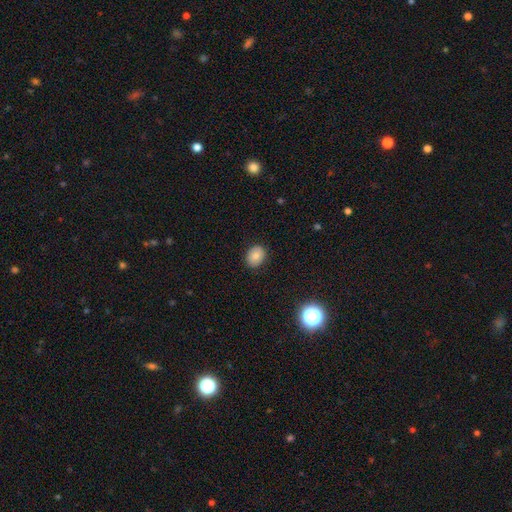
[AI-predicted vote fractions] Smooth or featured?
  - smooth: 81% *
  - star or artifact: 10%
  - featured or disk: 9%
How rounded?
  - in between: 54% *
  - round: 45%
  - cigar-shaped: 1%
Merging?
  - none: 87% *
  - minor disturbance: 9%
  - major disturbance: 2%
  - merger: 1%